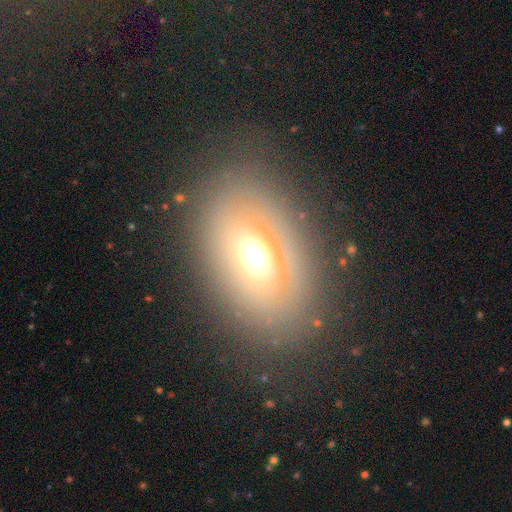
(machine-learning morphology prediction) A featured or disk galaxy (52%).

Vote fractions:
- Smooth or featured? featured or disk: 52% / smooth: 37% / star or artifact: 11%
- Edge-on disk? no: 88% / yes: 12%
- Merging? none: 73% / minor disturbance: 15% / major disturbance: 9% / merger: 2%